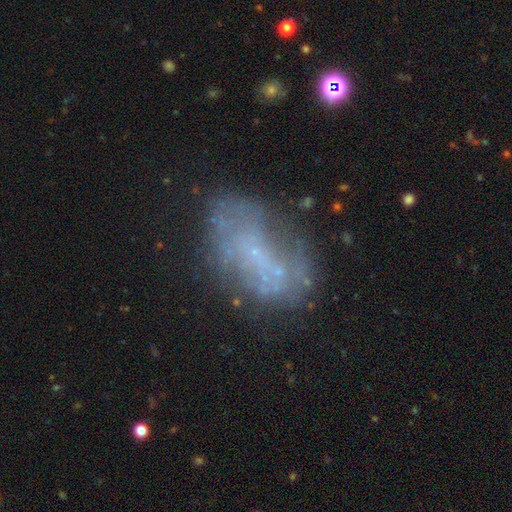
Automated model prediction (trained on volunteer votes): smooth-or-featured: featured or disk: 55% | smooth: 28% | star or artifact: 16%
  disk-edge-on: no: 96% | yes: 4%
    bar: no: 84% | weak: 12% | strong: 4%
    has-spiral-arms: no: 81% | yes: 19%
    bulge-size: none: 52% | small: 41% | moderate: 5% | large: 1% | dominant: 1%
  merging: none: 47% | major disturbance: 23% | minor disturbance: 22% | merger: 9%